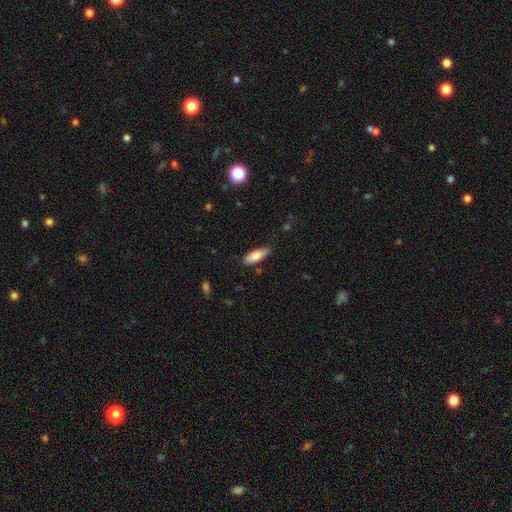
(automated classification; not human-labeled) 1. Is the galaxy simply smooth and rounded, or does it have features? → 80% smooth, 14% featured or disk, 6% star or artifact.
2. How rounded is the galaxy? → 72% in between, 26% cigar-shaped, 2% round.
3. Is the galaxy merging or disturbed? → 73% none, 22% minor disturbance, 3% major disturbance, 2% merger.